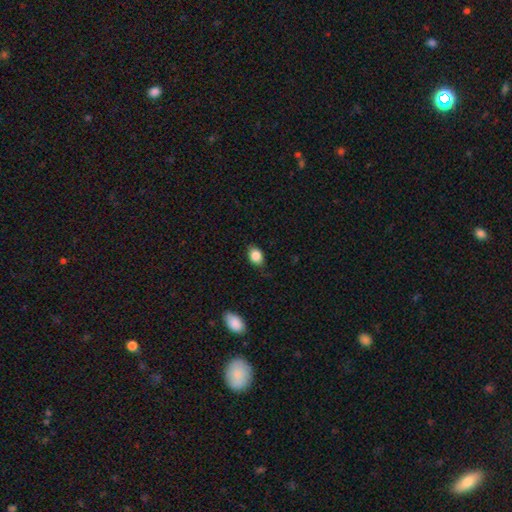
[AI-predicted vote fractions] smooth_or_featured: smooth (p=0.86) [alt: star or artifact p=0.08]
how_rounded: in between (p=0.75) [alt: round p=0.24]
merging: none (p=0.81) [alt: minor disturbance p=0.15]